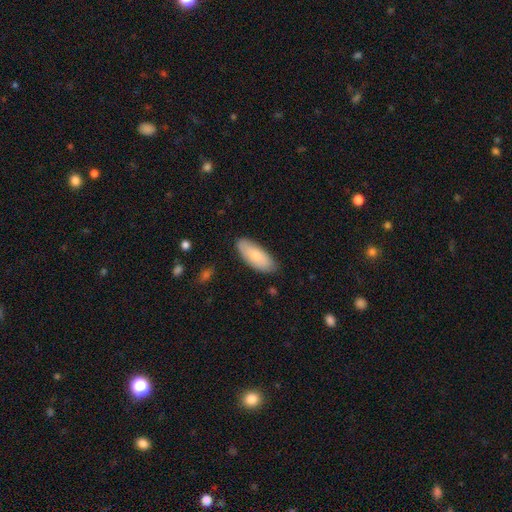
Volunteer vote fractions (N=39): A smooth galaxy with no disk features (85%) that is in between round and cigar-shaped (85%).

Vote fractions:
- Smooth or featured? smooth: 85% / featured or disk: 13% / star or artifact: 3%
- How rounded? in between: 85% / cigar-shaped: 12% / round: 3%
- Merging? none: 82% / minor disturbance: 18% / major disturbance: 0% / merger: 0%